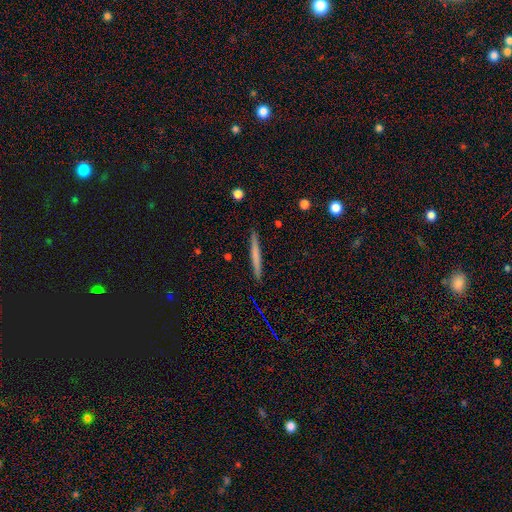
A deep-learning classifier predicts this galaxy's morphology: A smooth galaxy with no disk features (65%) that is cigar-shaped (97%). Merging: none (92%).